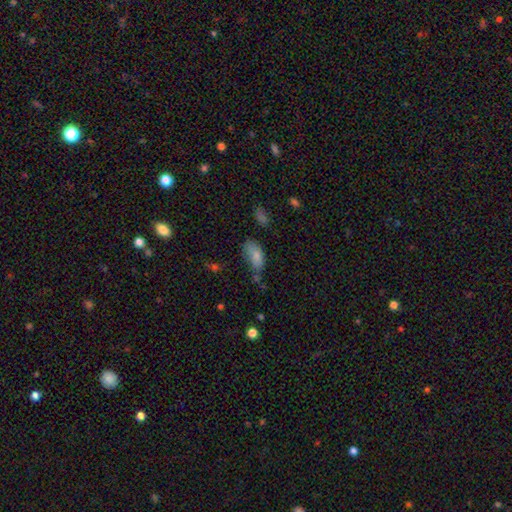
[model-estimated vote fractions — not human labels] Smooth or featured?
  - smooth: 80% *
  - featured or disk: 11%
  - star or artifact: 9%
How rounded?
  - in between: 89% *
  - cigar-shaped: 7%
  - round: 3%
Merging?
  - none: 44% *
  - minor disturbance: 33%
  - major disturbance: 13%
  - merger: 10%